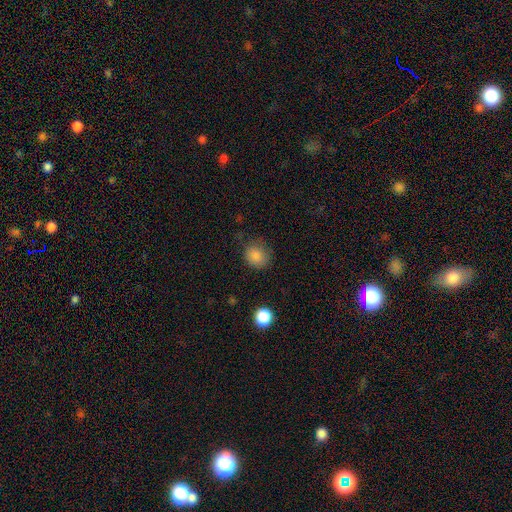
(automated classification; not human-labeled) Smooth or featured: smooth — 84% (star or artifact — 11%)
How rounded: round — 81% (in between — 18%)
Merging: none — 74% (minor disturbance — 19%)